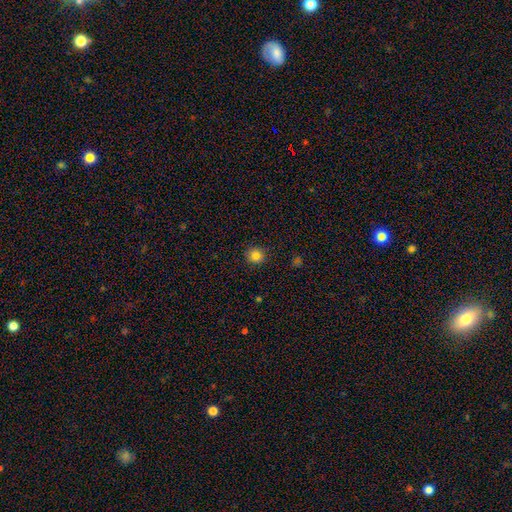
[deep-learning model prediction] A smooth galaxy with no disk features (84%) that is round (90%).

Vote fractions:
- Smooth or featured? smooth: 84% / star or artifact: 12% / featured or disk: 5%
- How rounded? round: 90% / in between: 9% / cigar-shaped: 1%
- Merging? none: 90% / minor disturbance: 7% / major disturbance: 2% / merger: 1%